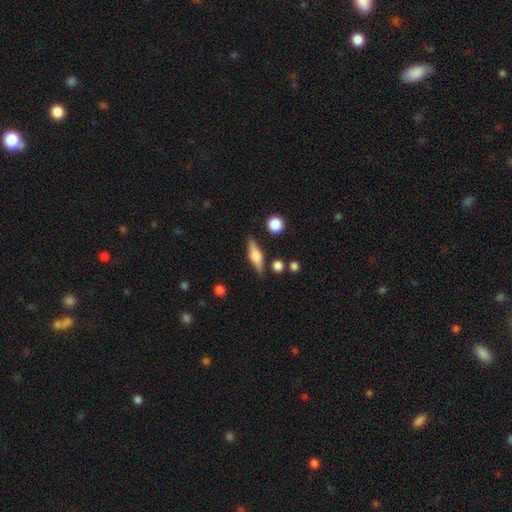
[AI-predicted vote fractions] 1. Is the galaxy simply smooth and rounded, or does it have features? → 54% featured or disk, 38% smooth, 8% star or artifact.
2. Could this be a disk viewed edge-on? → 93% yes, 7% no.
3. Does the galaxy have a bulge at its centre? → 84% rounded, 13% boxy, 3% none.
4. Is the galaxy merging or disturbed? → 83% none, 11% minor disturbance, 4% merger, 3% major disturbance.